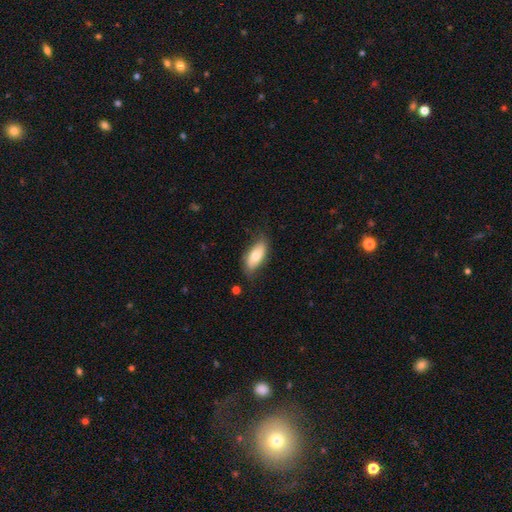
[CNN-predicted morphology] type=smooth (72%); roundness=in between (85%); merging=none (71%).